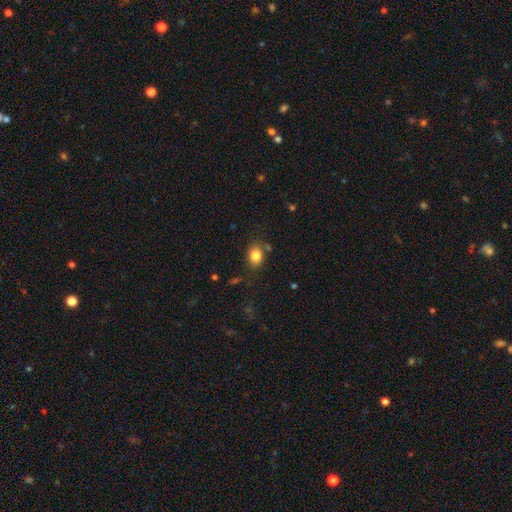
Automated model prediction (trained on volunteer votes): smooth_or_featured: smooth (p=0.83) [alt: star or artifact p=0.10]
how_rounded: in between (p=0.57) [alt: round p=0.42]
merging: none (p=0.77) [alt: minor disturbance p=0.15]